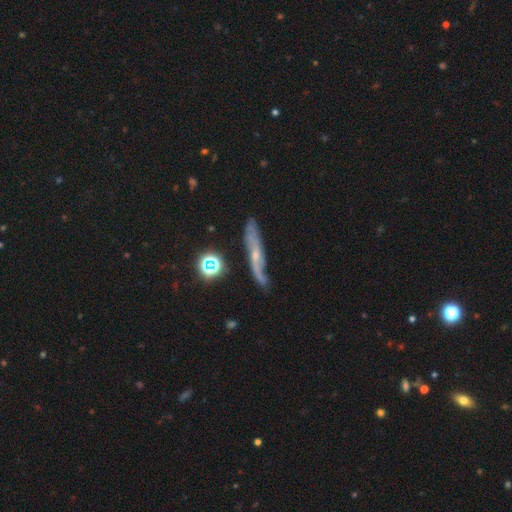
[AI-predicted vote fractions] Smooth or featured: featured or disk — 66% (smooth — 23%)
Edge-on disk: yes — 55% (no — 45%)
Merging: none — 68% (minor disturbance — 22%)